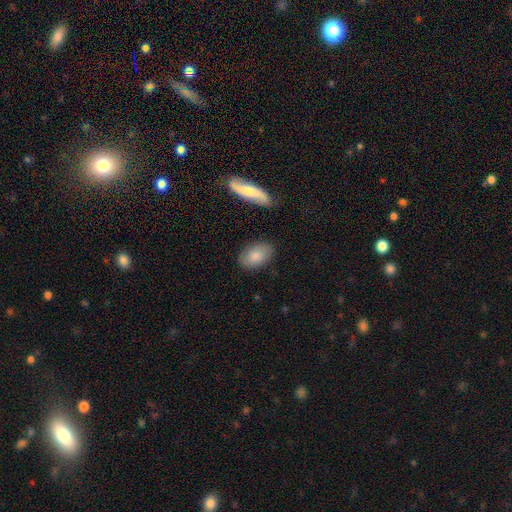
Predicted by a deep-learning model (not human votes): Smooth or featured?
  - smooth: 81% *
  - featured or disk: 13%
  - star or artifact: 6%
How rounded?
  - in between: 90% *
  - round: 8%
  - cigar-shaped: 2%
Merging?
  - none: 82% *
  - minor disturbance: 12%
  - major disturbance: 3%
  - merger: 3%